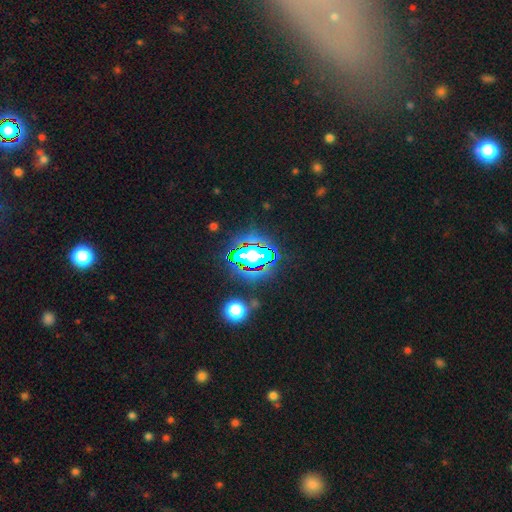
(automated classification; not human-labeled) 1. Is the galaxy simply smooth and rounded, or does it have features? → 78% star or artifact, 13% smooth, 9% featured or disk.